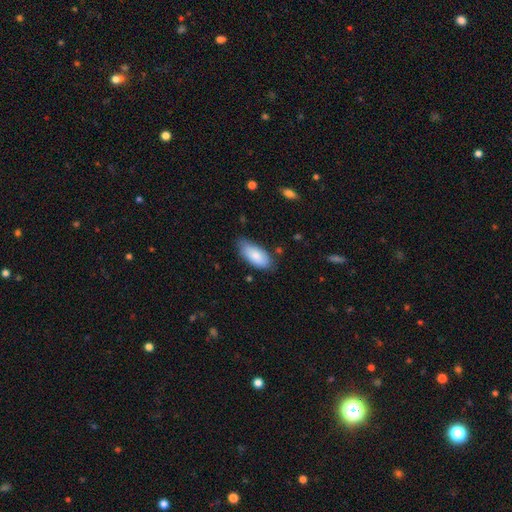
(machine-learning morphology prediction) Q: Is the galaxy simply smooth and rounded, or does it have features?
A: smooth — 83%.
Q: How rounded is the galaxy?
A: in between — 90%.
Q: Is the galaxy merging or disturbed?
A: none — 68%.